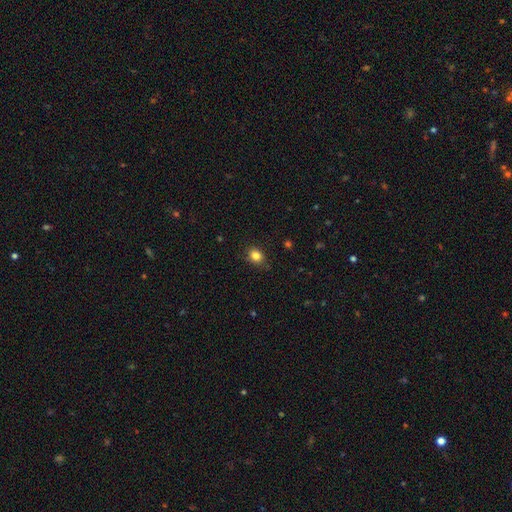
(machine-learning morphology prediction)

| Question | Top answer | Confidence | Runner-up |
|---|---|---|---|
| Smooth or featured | smooth | 84% | star or artifact (11%) |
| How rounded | round | 52% | in between (47%) |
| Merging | none | 84% | minor disturbance (13%) |